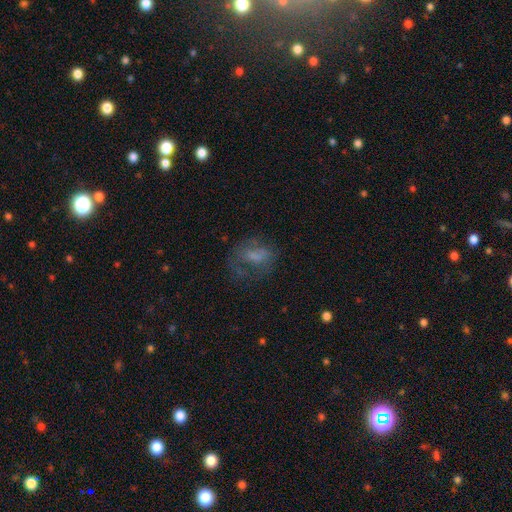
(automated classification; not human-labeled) smooth_or_featured: smooth (p=0.50) [alt: featured or disk p=0.37]
merging: none (p=0.43) [alt: major disturbance p=0.32]